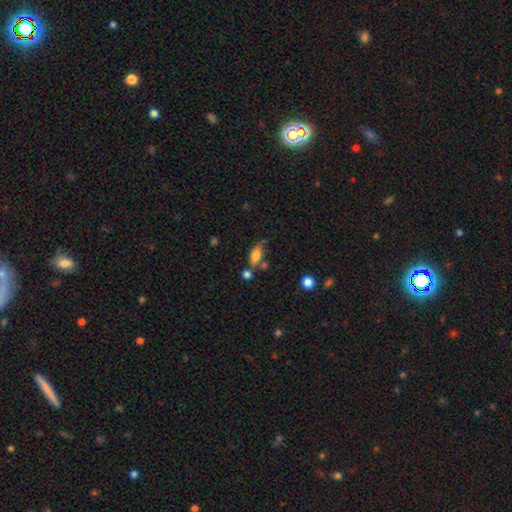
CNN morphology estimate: This is likely a smooth galaxy (72%). How rounded: clearly in between (81%). Merging: possibly none (54%).